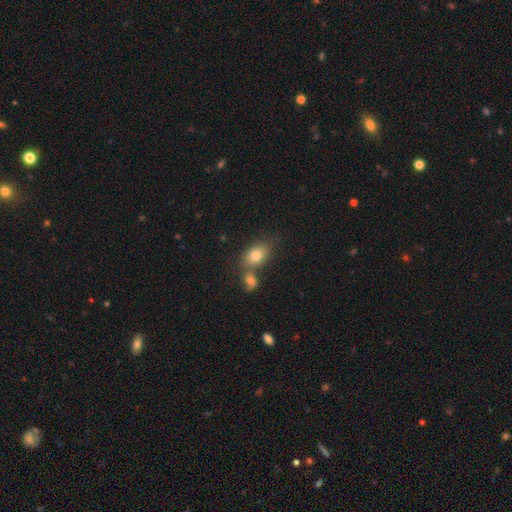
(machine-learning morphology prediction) smooth 78%, featured or disk 12%, star or artifact 10%. Down the decision tree: how rounded — in between (77%); merging — none (48%).